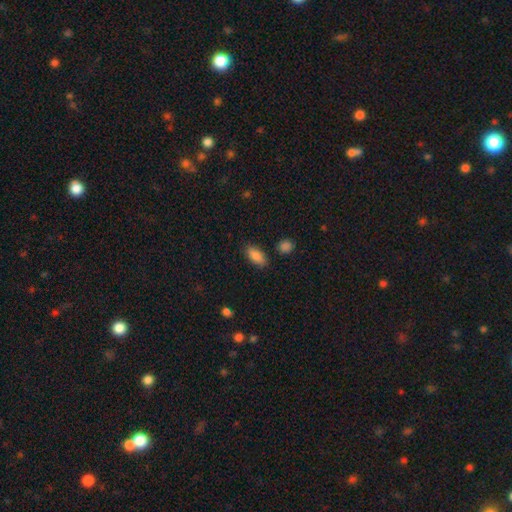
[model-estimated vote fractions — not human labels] A smooth galaxy with no disk features (86%) that is in between round and cigar-shaped (88%).

Vote fractions:
- Smooth or featured? smooth: 86% / star or artifact: 8% / featured or disk: 6%
- How rounded? in between: 88% / cigar-shaped: 9% / round: 3%
- Merging? none: 84% / minor disturbance: 11% / major disturbance: 3% / merger: 2%